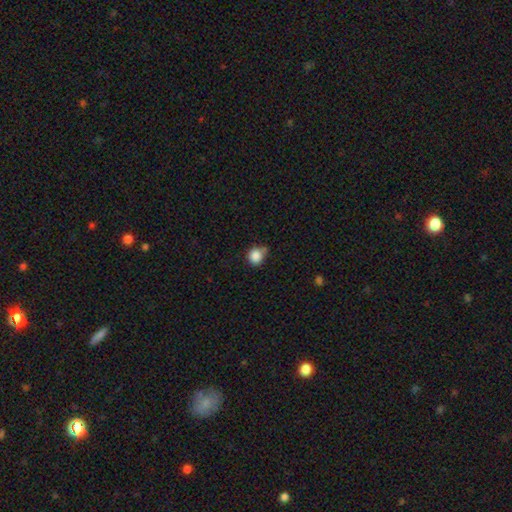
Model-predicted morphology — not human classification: smooth 86%, star or artifact 10%, featured or disk 4%. Down the decision tree: how rounded — round (87%); merging — none (56%).